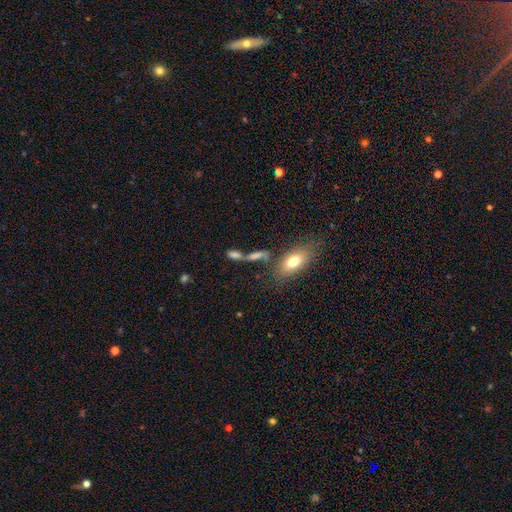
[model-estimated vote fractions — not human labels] The model was most divided on "how rounded": in between: 51%, cigar-shaped: 40%, round: 9%. More confident: smooth or featured — smooth (60%); merging — none (53%).